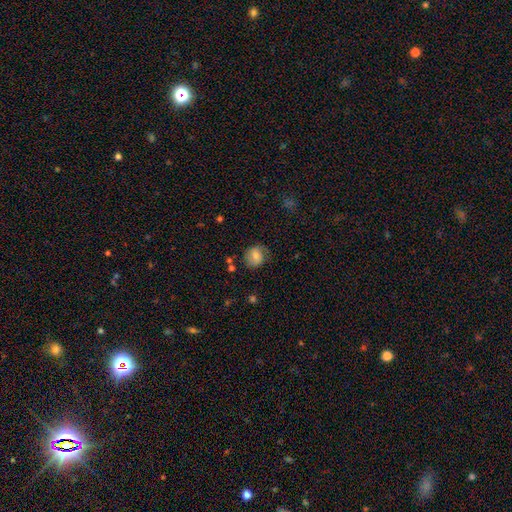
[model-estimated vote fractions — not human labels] Q: Smooth or featured?
A: smooth (68%); runner-up: featured or disk (23%)
Q: How rounded?
A: round (76%); runner-up: in between (23%)
Q: Merging?
A: none (68%); runner-up: minor disturbance (22%)